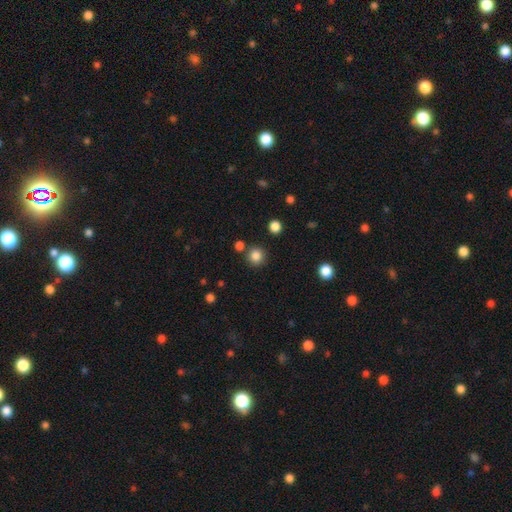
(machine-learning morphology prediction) Smooth or featured?
  - smooth: 84% *
  - star or artifact: 12%
  - featured or disk: 4%
How rounded?
  - round: 92% *
  - in between: 7%
  - cigar-shaped: 1%
Merging?
  - none: 82% *
  - minor disturbance: 7%
  - merger: 7%
  - major disturbance: 3%